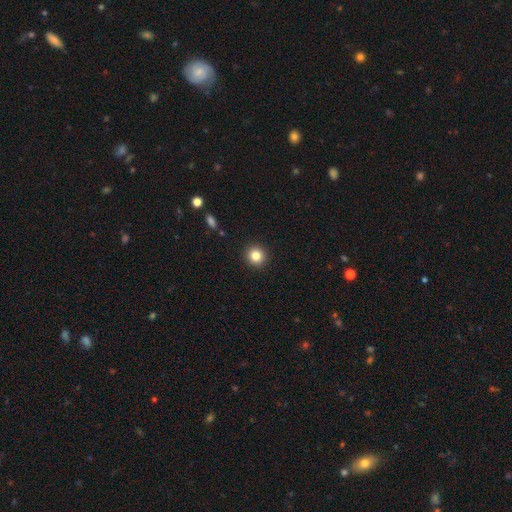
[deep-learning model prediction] This appears to be a smooth galaxy with no disk features (83%) that is round (94%). Merging: none (93%).